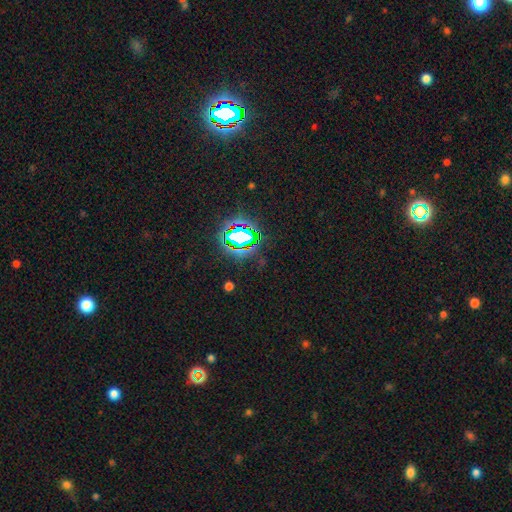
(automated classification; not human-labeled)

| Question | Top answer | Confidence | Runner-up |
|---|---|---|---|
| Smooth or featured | star or artifact | 80% | smooth (13%) |